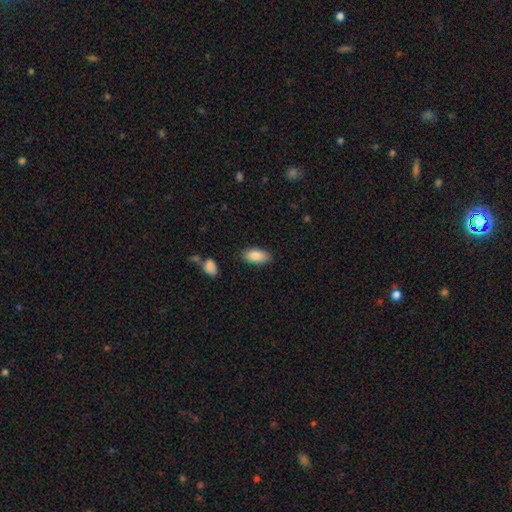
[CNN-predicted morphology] smooth 86%, featured or disk 7%, star or artifact 7%. Down the decision tree: how rounded — in between (91%); merging — none (82%).